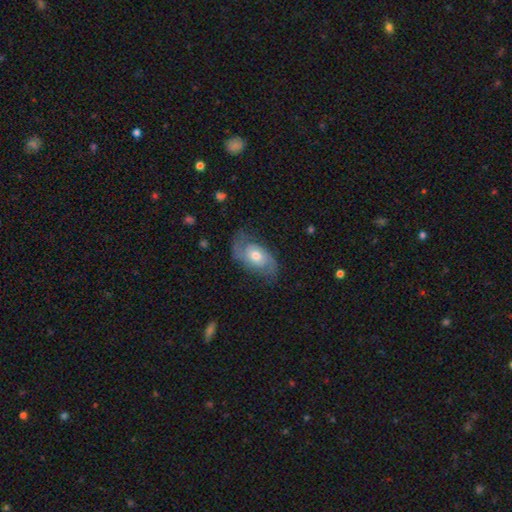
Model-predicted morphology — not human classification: type=featured or disk (79%); edge-on=no (96%); bar=no (70%); spiral arms=yes (93%); winding=medium (46%); arm count=2 (87%); bulge=moderate (70%); merging=none (72%).